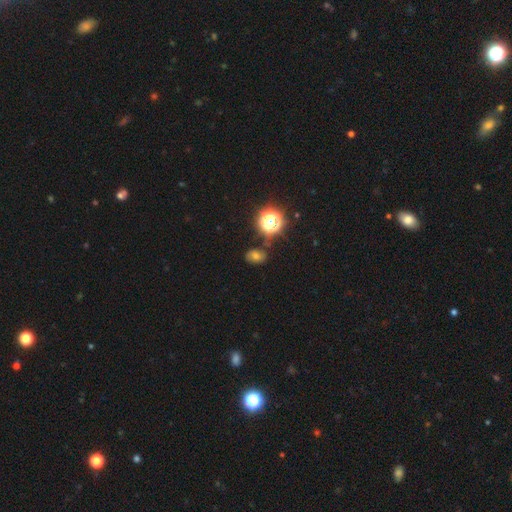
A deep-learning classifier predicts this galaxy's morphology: This appears to be a smooth galaxy with no disk features (45%). Merging: none (74%).